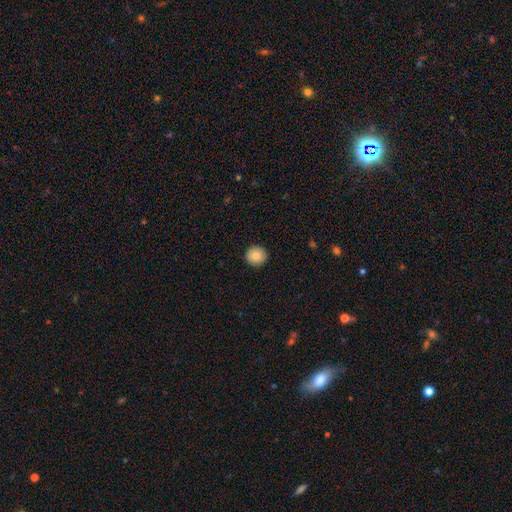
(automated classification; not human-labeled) Q: Smooth or featured?
A: smooth (87%); runner-up: star or artifact (8%)
Q: How rounded?
A: round (93%); runner-up: in between (6%)
Q: Merging?
A: none (92%); runner-up: minor disturbance (6%)